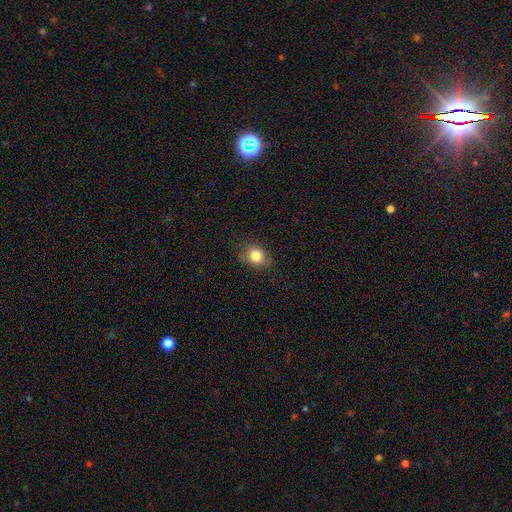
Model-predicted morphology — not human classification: A smooth galaxy with no disk features (82%) that is round (57%).

Vote fractions:
- Smooth or featured? smooth: 82% / star or artifact: 10% / featured or disk: 8%
- How rounded? round: 57% / in between: 42% / cigar-shaped: 1%
- Merging? none: 76% / minor disturbance: 18% / major disturbance: 5% / merger: 1%